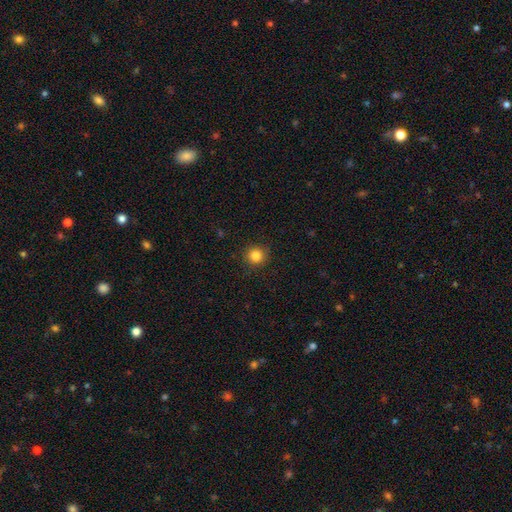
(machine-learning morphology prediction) Smooth or featured? smooth (84%)
How rounded? round (94%)
Merging? none (90%)